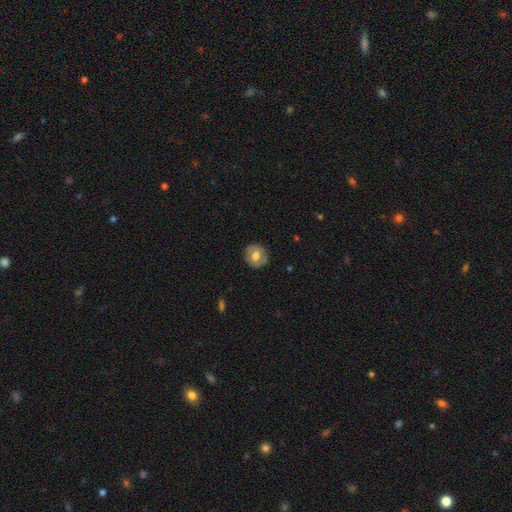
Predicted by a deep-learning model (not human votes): This appears to be a smooth galaxy with no disk features (61%) that is round (84%). Merging: none (84%).